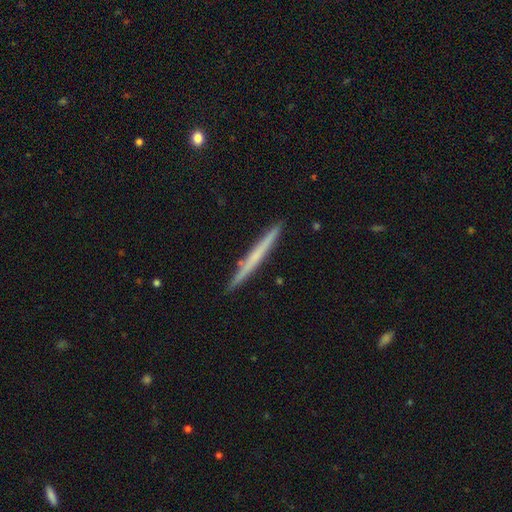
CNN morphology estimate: A featured or disk galaxy (51%) viewed edge-on (97%). Merging: none (90%).